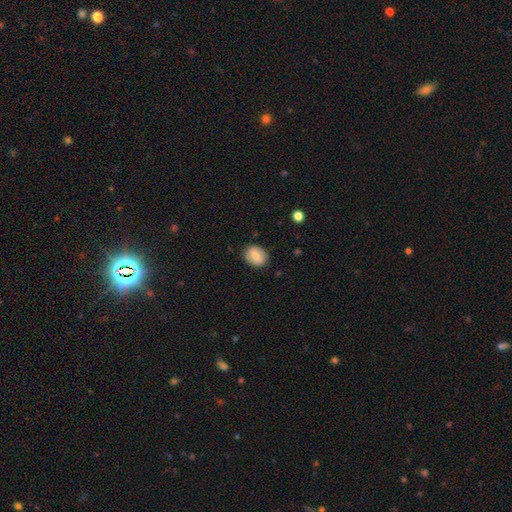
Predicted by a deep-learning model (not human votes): A smooth galaxy with no disk features (71%) that is in between round and cigar-shaped (54%). Merging: none (85%).